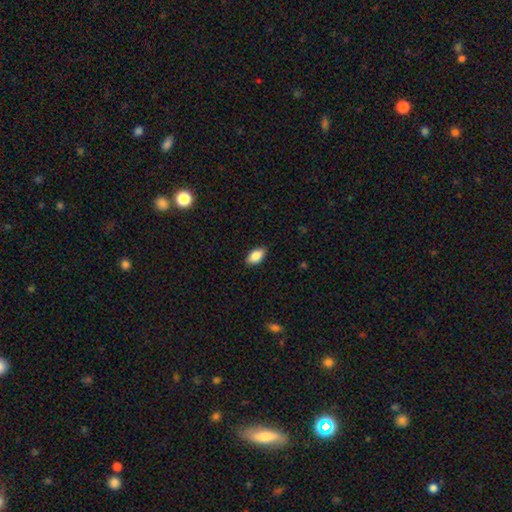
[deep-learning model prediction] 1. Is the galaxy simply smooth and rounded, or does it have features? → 86% smooth, 7% star or artifact, 7% featured or disk.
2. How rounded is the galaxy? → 93% in between, 4% round, 3% cigar-shaped.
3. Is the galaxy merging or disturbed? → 87% none, 10% minor disturbance, 2% major disturbance, 1% merger.